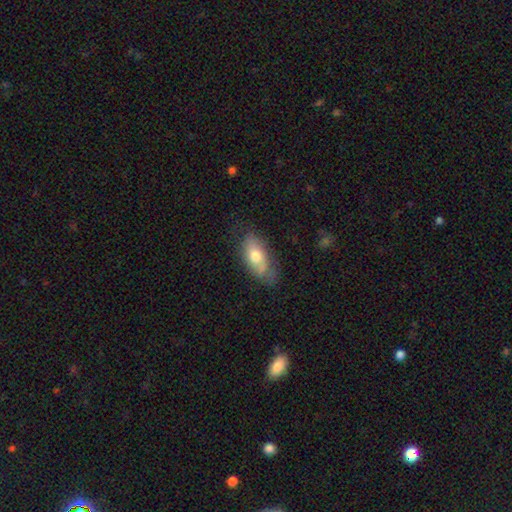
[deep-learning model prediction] smooth_or_featured: smooth (p=0.66) [alt: featured or disk p=0.27]
how_rounded: in between (p=0.87) [alt: cigar-shaped p=0.09]
merging: none (p=0.56) [alt: minor disturbance p=0.30]